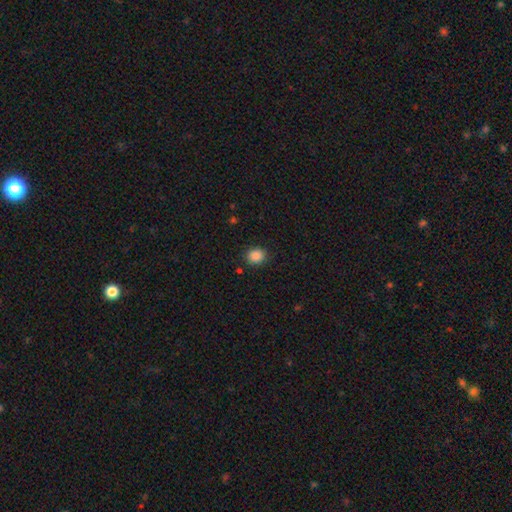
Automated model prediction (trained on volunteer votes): Smooth or featured?
  - smooth: 87% *
  - star or artifact: 10%
  - featured or disk: 3%
How rounded?
  - round: 71% *
  - in between: 28%
  - cigar-shaped: 1%
Merging?
  - none: 87% *
  - minor disturbance: 9%
  - major disturbance: 3%
  - merger: 1%